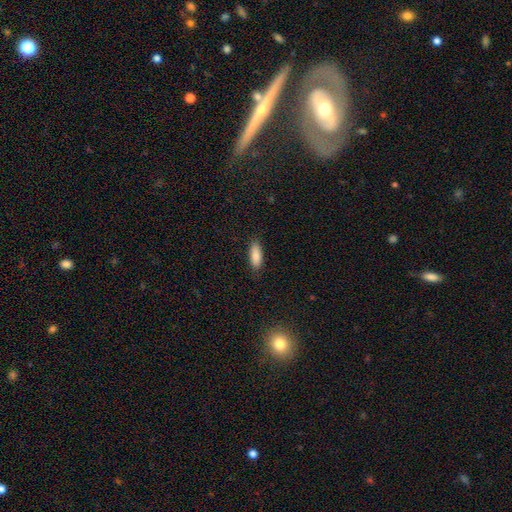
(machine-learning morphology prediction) Smooth or featured? Predicted: smooth (p=0.88). How rounded? Predicted: in between (p=0.70). Merging? Predicted: none (p=0.86).